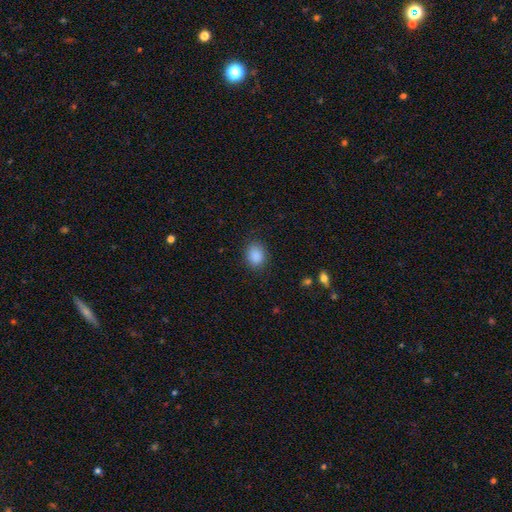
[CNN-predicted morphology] This is clearly a smooth galaxy (88%). How rounded: possibly round (50%). Merging: clearly none (85%).